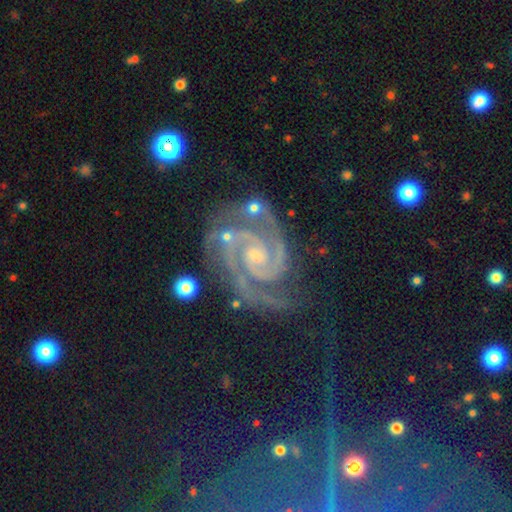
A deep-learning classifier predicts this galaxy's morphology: type=featured or disk (85%); edge-on=no (98%); bar=no (60%); spiral arms=yes (99%); winding=tight (65%); arm count=2 (80%); bulge=small (63%); merging=none (70%).